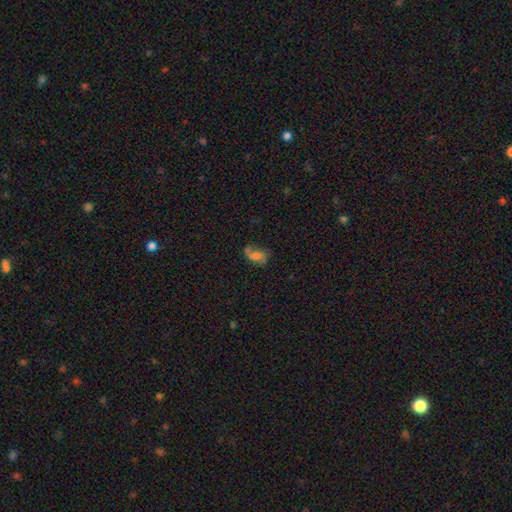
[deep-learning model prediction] This is possibly a smooth galaxy (52%). How rounded: clearly in between (84%). Merging: marginally none (43%).